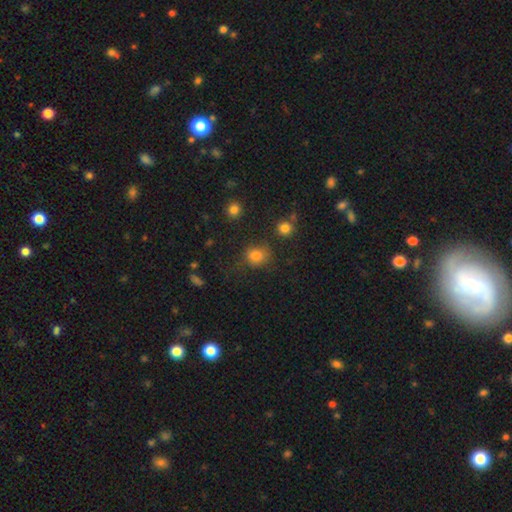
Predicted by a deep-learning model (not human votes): smooth_or_featured: smooth (p=0.80) [alt: star or artifact p=0.14]
how_rounded: round (p=0.69) [alt: in between p=0.30]
merging: none (p=0.68) [alt: minor disturbance p=0.19]